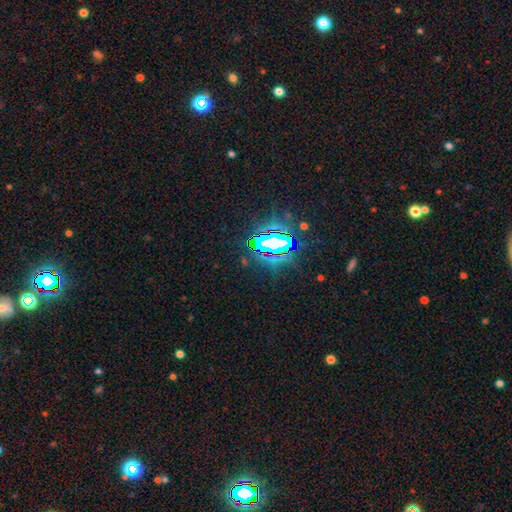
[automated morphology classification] A star or artifact, not a galaxy (76%).